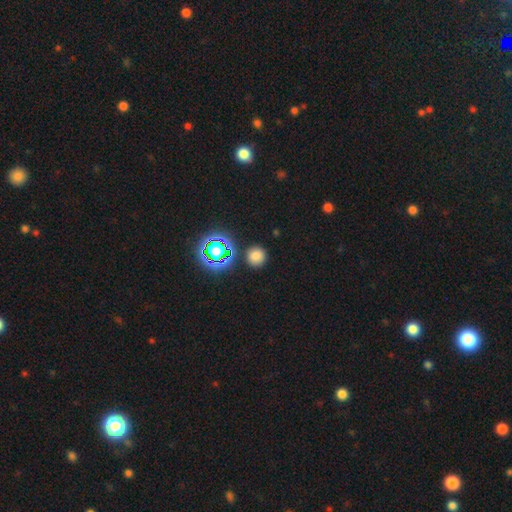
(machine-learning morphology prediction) Smooth or featured: smooth — 74% (star or artifact — 20%)
How rounded: round — 92% (in between — 7%)
Merging: none — 86% (minor disturbance — 8%)